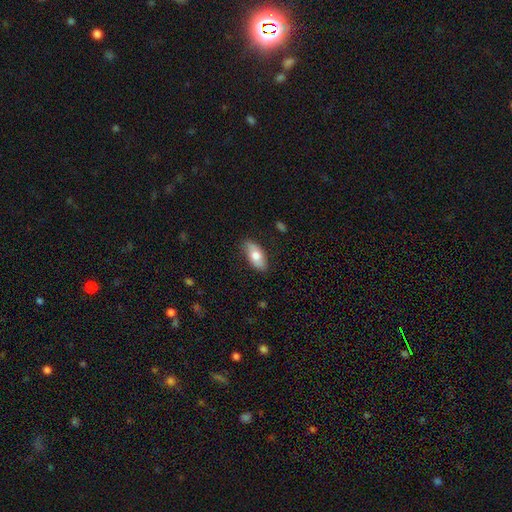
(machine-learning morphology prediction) The model was most divided on "smooth or featured": smooth: 71%, featured or disk: 23%, star or artifact: 6%. More confident: how rounded — in between (89%); merging — none (84%).